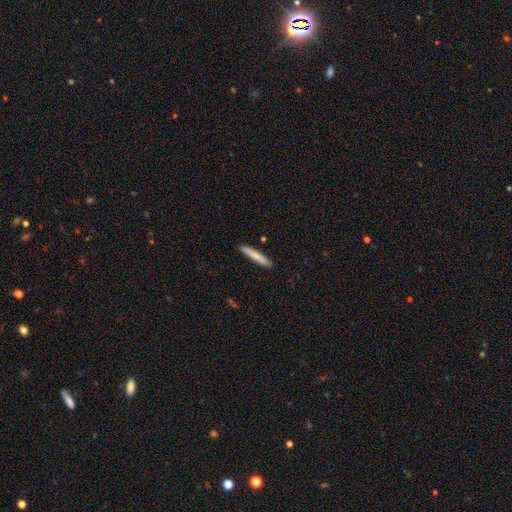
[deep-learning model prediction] smooth 76%, featured or disk 19%, star or artifact 6%. Down the decision tree: how rounded — cigar-shaped (93%); merging — none (90%).